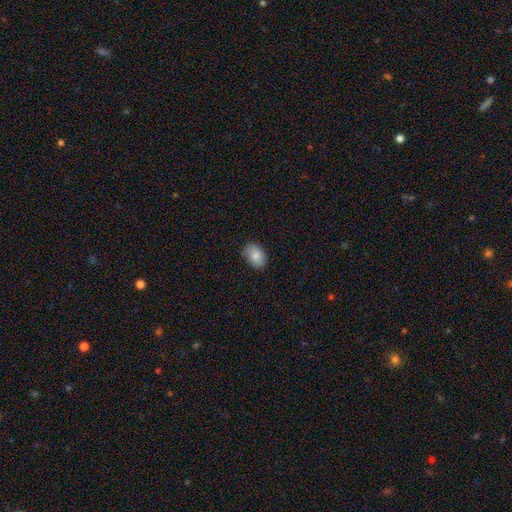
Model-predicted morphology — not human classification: A smooth galaxy with no disk features (83%) that is in between round and cigar-shaped (80%). Merging: none (78%).